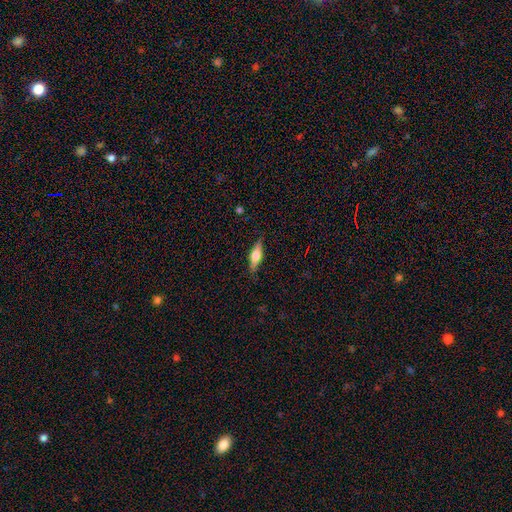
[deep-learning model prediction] smooth_or_featured: smooth (p=0.51) [alt: featured or disk p=0.43]
how_rounded: cigar-shaped (p=0.52) [alt: in between p=0.45]
merging: none (p=0.84) [alt: minor disturbance p=0.12]